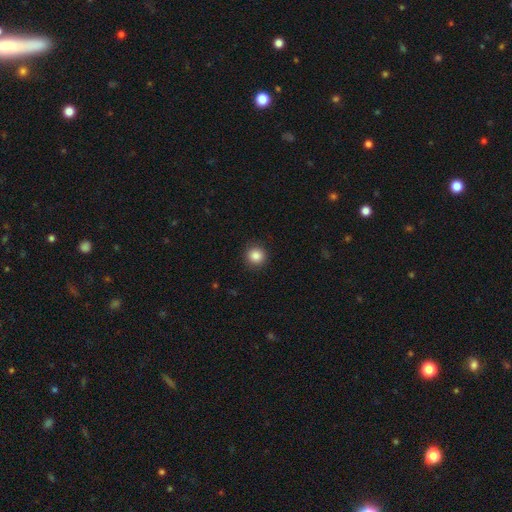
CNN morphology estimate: Q: Smooth or featured?
A: smooth (86%); runner-up: star or artifact (10%)
Q: How rounded?
A: round (94%); runner-up: in between (5%)
Q: Merging?
A: none (91%); runner-up: minor disturbance (6%)